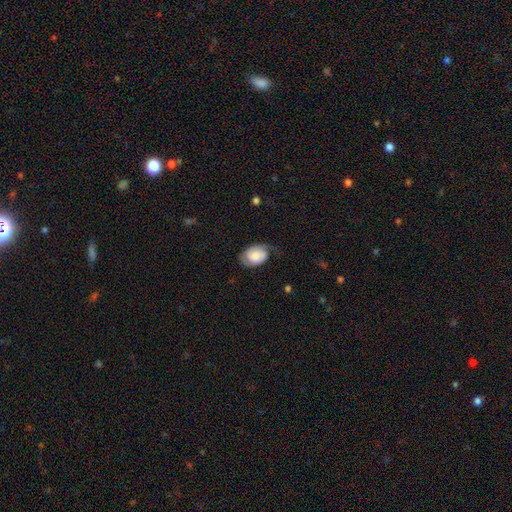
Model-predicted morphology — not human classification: This appears to be a smooth galaxy with no disk features (60%) that is in between round and cigar-shaped (82%). Merging: none (53%).